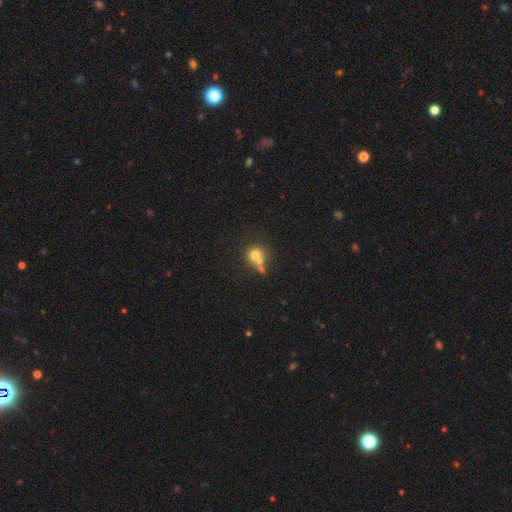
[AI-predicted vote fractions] Q: Smooth or featured?
A: smooth (72%); runner-up: featured or disk (15%)
Q: How rounded?
A: round (86%); runner-up: in between (13%)
Q: Merging?
A: none (44%); runner-up: merger (39%)